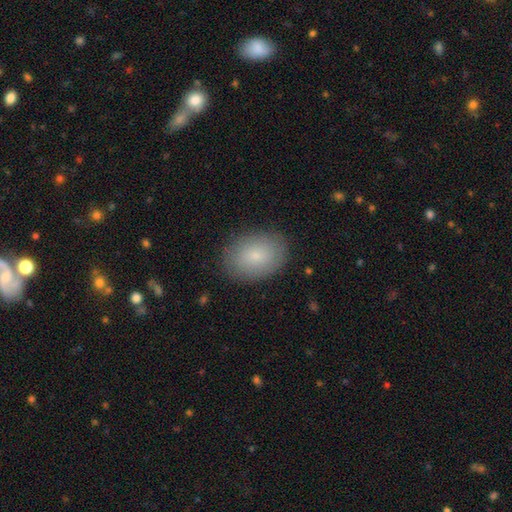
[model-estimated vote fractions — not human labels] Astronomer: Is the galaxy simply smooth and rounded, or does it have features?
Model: smooth — 80%.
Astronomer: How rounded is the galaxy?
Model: in between — 78%.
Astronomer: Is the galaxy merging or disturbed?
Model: none — 86%.